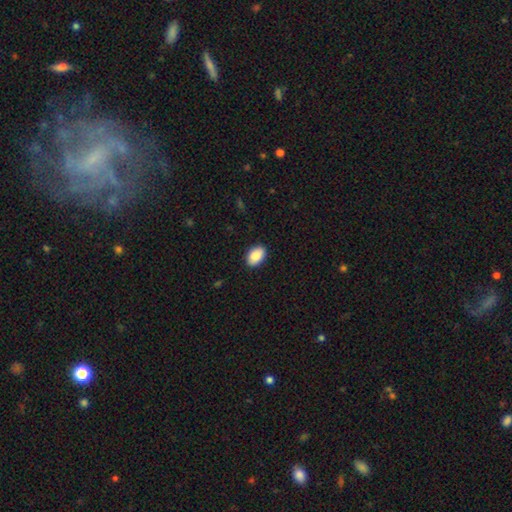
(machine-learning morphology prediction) A smooth galaxy with no disk features (89%) that is in between round and cigar-shaped (89%).

Vote fractions:
- Smooth or featured? smooth: 89% / star or artifact: 7% / featured or disk: 5%
- How rounded? in between: 89% / round: 10% / cigar-shaped: 1%
- Merging? none: 89% / minor disturbance: 8% / major disturbance: 2% / merger: 1%